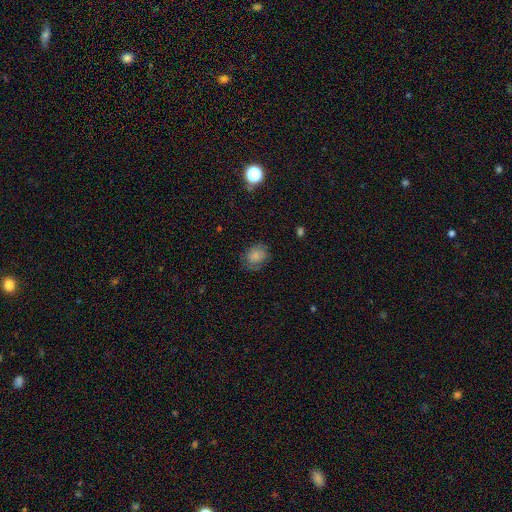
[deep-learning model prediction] Smooth or featured? smooth (79%)
How rounded? round (54%)
Merging? none (70%)